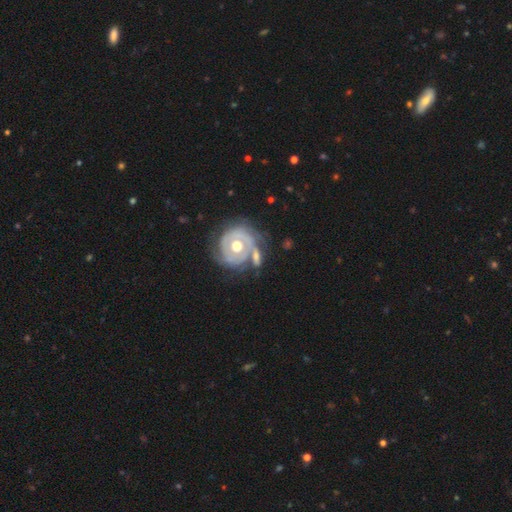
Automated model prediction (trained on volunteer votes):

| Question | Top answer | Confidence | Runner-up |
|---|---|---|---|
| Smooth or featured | featured or disk | 68% | smooth (27%) |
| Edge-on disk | no | 94% | yes (6%) |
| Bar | no | 79% | weak (15%) |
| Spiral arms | yes | 64% | no (36%) |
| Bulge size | moderate | 77% | large (12%) |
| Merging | none | 50% | merger (21%) |